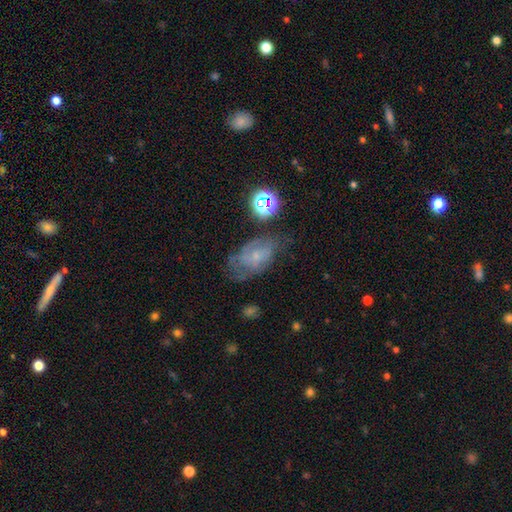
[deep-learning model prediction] Overall: featured or disk (52%; smooth 32%). Edge-on disk: no (95%). Merging: none (47%; minor disturbance 28%).